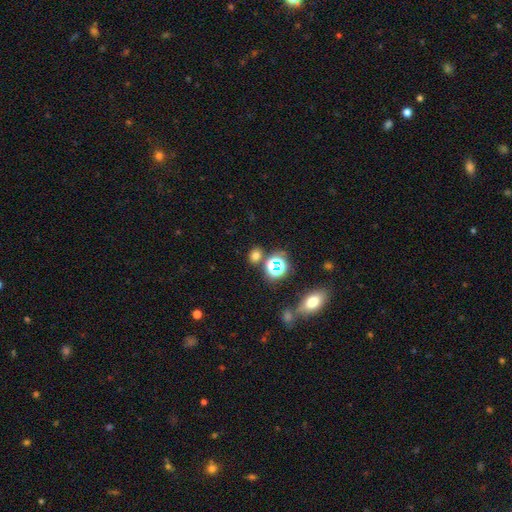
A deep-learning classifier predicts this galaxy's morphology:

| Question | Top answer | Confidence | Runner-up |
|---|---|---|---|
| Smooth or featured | smooth | 64% | star or artifact (29%) |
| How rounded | round | 53% | in between (45%) |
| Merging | none | 79% | merger (9%) |